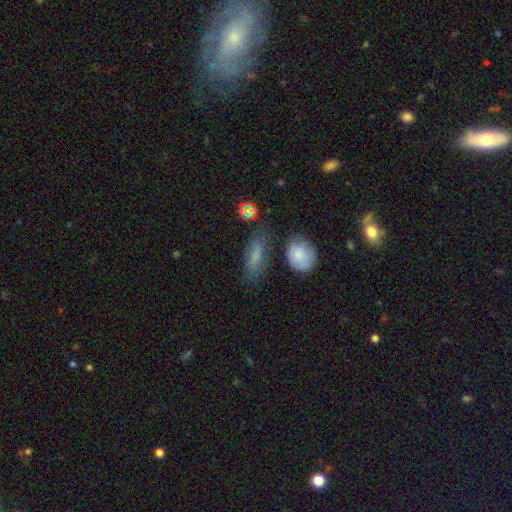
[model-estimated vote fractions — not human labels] Smooth or featured: smooth — 72% (featured or disk — 16%)
How rounded: in between — 62% (cigar-shaped — 32%)
Merging: none — 67% (minor disturbance — 19%)